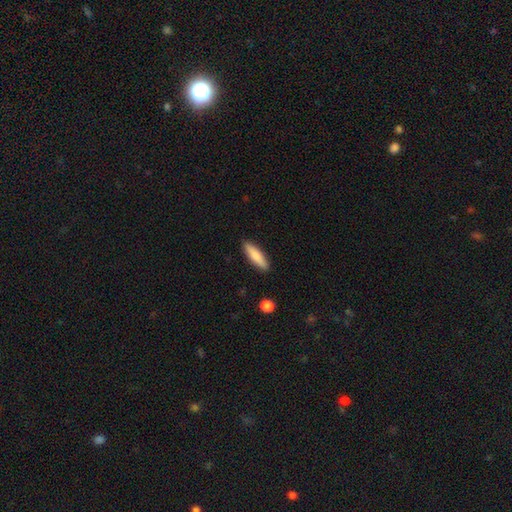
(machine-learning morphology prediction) Overall: smooth (80%). How rounded: cigar-shaped (69%). Merging: none (89%).